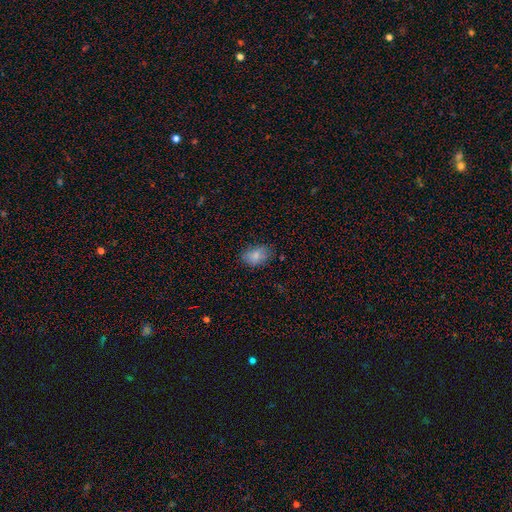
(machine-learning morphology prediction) Smooth or featured?
  - smooth: 81% *
  - star or artifact: 10%
  - featured or disk: 9%
How rounded?
  - in between: 84% *
  - round: 14%
  - cigar-shaped: 1%
Merging?
  - none: 75% *
  - minor disturbance: 19%
  - major disturbance: 5%
  - merger: 1%